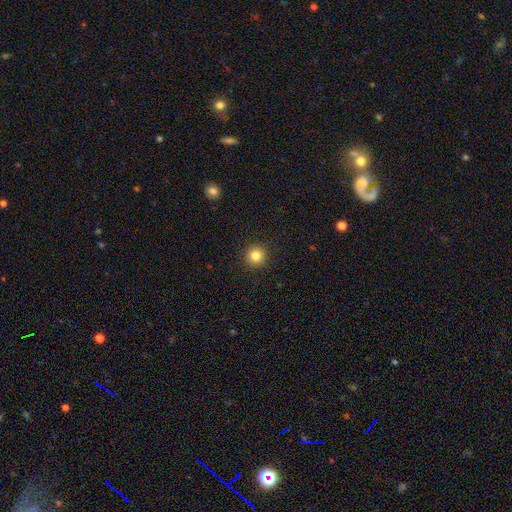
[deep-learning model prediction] Q: Smooth or featured?
A: smooth (83%); runner-up: star or artifact (12%)
Q: How rounded?
A: round (95%); runner-up: in between (5%)
Q: Merging?
A: none (93%); runner-up: minor disturbance (5%)